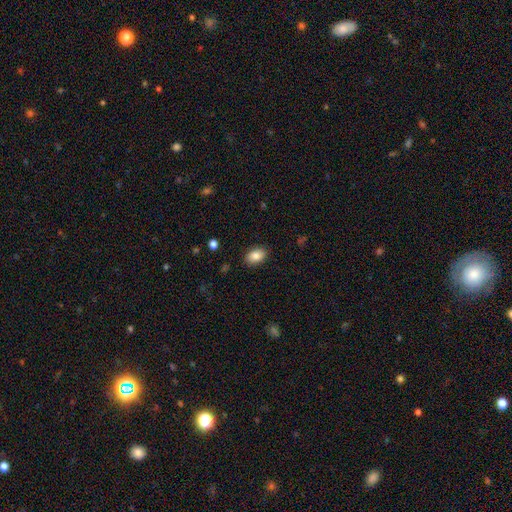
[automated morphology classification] type=smooth (85%); roundness=in between (85%); merging=none (88%).